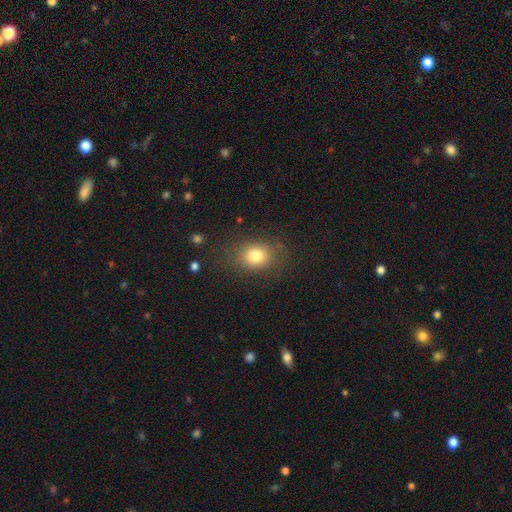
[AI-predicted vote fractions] smooth_or_featured: smooth (p=0.79) [alt: star or artifact p=0.12]
how_rounded: round (p=0.52) [alt: in between p=0.47]
merging: none (p=0.81) [alt: minor disturbance p=0.12]